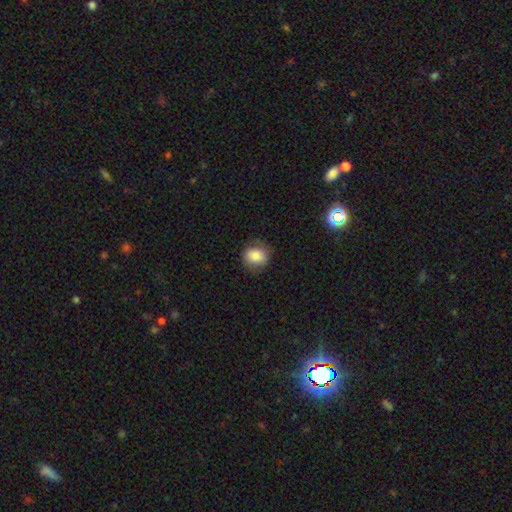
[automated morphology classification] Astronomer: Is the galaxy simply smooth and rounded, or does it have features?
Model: smooth — 80%.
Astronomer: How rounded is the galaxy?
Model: round — 69%.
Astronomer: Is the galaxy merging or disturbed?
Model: none — 76%.